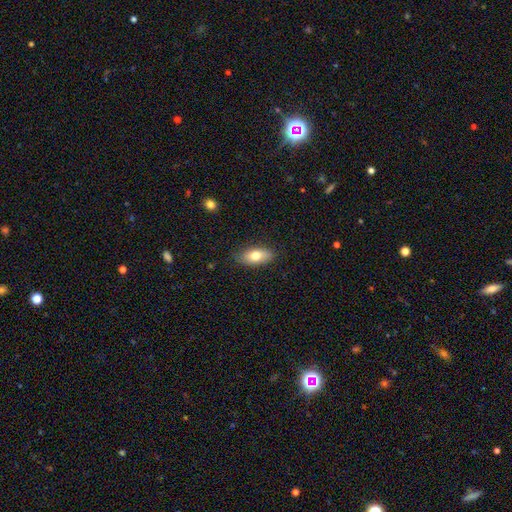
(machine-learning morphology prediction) smooth_or_featured: smooth (p=0.74) [alt: featured or disk p=0.19]
how_rounded: in between (p=0.85) [alt: cigar-shaped p=0.10]
merging: none (p=0.85) [alt: minor disturbance p=0.12]